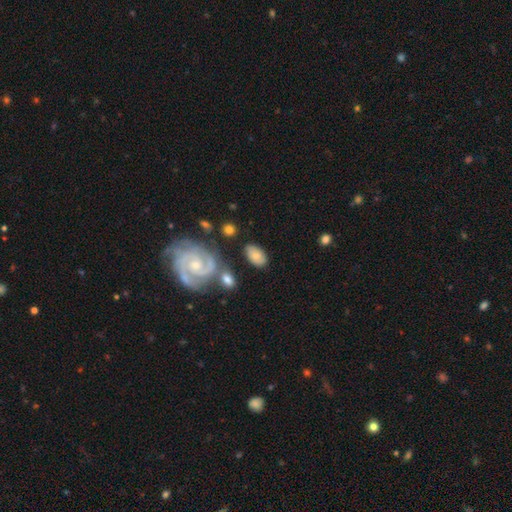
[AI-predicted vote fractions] Overall: smooth (51%; featured or disk 41%). How rounded: in between (90%). Merging: none (71%).